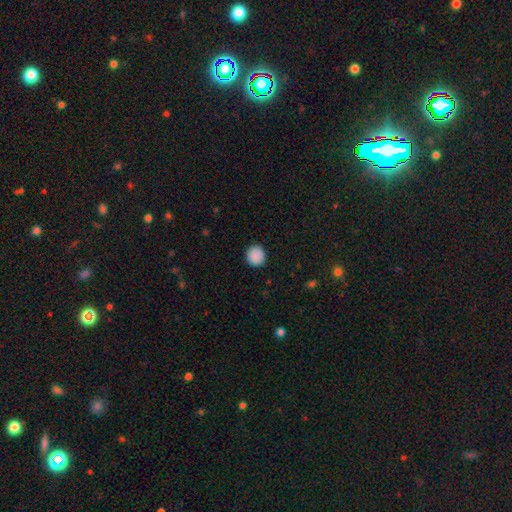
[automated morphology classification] Q: Smooth or featured?
A: smooth (89%); runner-up: star or artifact (8%)
Q: How rounded?
A: round (89%); runner-up: in between (10%)
Q: Merging?
A: none (90%); runner-up: minor disturbance (7%)